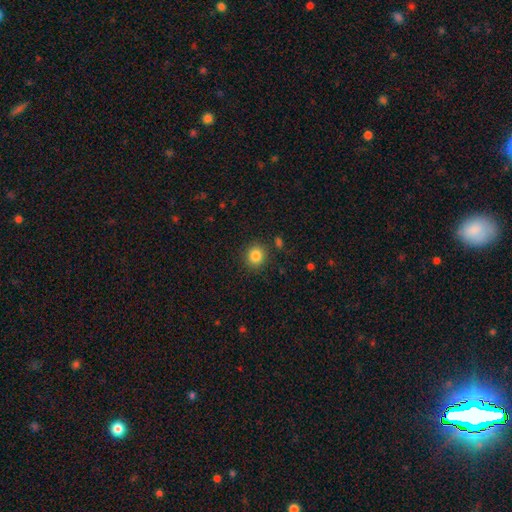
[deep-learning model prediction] Smooth or featured? smooth (84%)
How rounded? round (84%)
Merging? none (88%)